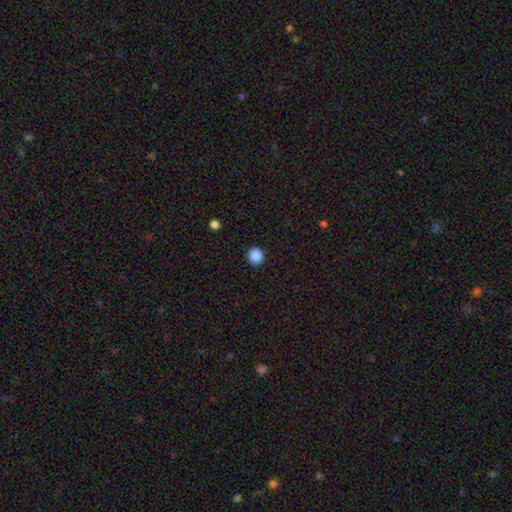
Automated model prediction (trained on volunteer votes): smooth 88%, star or artifact 10%, featured or disk 2%. Down the decision tree: how rounded — round (92%); merging — none (92%).